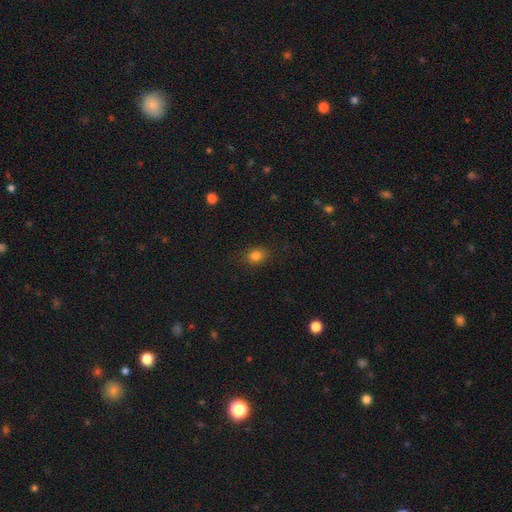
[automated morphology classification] A smooth galaxy with no disk features (82%) that is round (52%). Merging: none (86%).